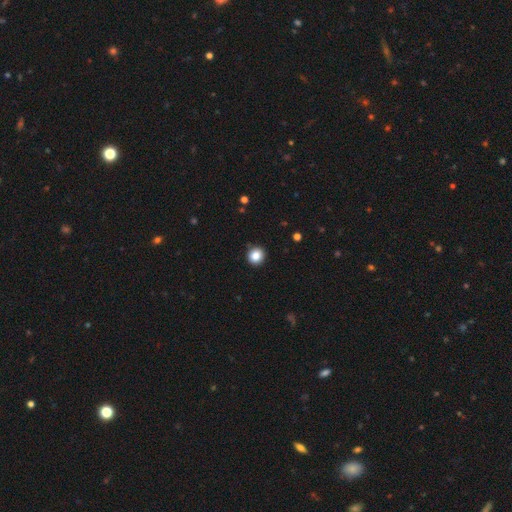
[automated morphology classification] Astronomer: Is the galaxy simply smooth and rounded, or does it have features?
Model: smooth — 85%.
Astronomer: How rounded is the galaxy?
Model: round — 91%.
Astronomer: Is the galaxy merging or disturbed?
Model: none — 91%.